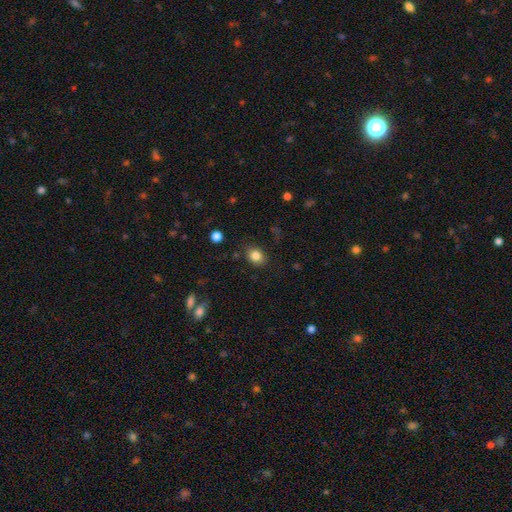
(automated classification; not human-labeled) Morphology: type=smooth (83%); roundness=round (54%); merging=none (83%).